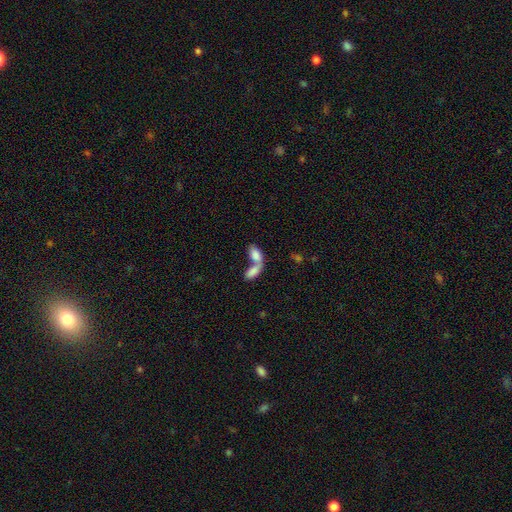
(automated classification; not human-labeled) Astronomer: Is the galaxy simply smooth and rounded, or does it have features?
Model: smooth — 80%.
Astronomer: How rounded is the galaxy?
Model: in between — 90%.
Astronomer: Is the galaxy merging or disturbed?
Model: merger — 75%.